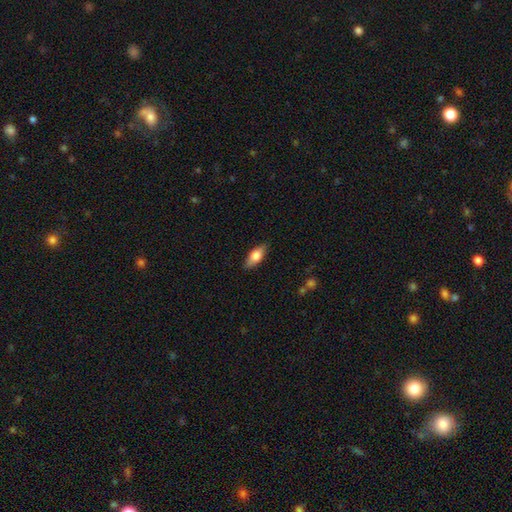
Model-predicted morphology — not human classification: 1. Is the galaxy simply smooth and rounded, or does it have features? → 71% smooth, 23% featured or disk, 6% star or artifact.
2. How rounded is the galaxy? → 81% in between, 16% cigar-shaped, 3% round.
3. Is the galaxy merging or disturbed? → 86% none, 11% minor disturbance, 2% major disturbance, 1% merger.